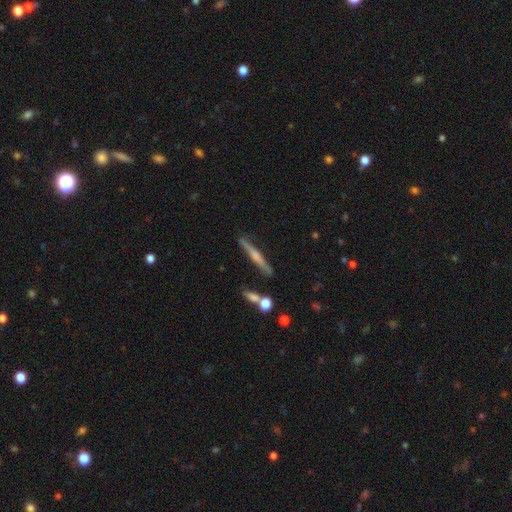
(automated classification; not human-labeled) Smooth or featured? featured or disk (60%)
Edge-on disk? yes (96%)
Edge-on bulge? rounded (67%)
Merging? none (85%)